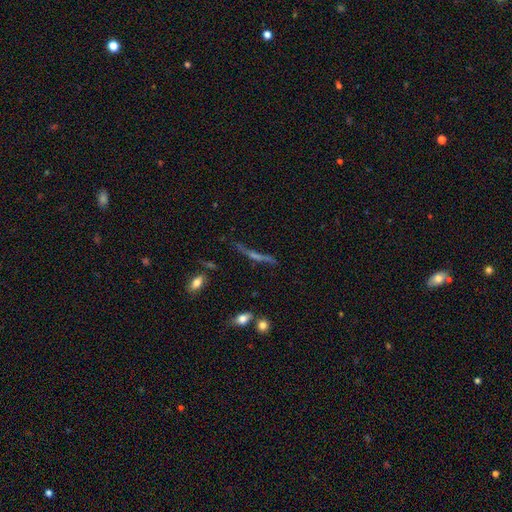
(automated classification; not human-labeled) featured or disk 57%, smooth 23%, star or artifact 19%. Down the decision tree: edge-on disk — yes (77%); merging — none (61%).